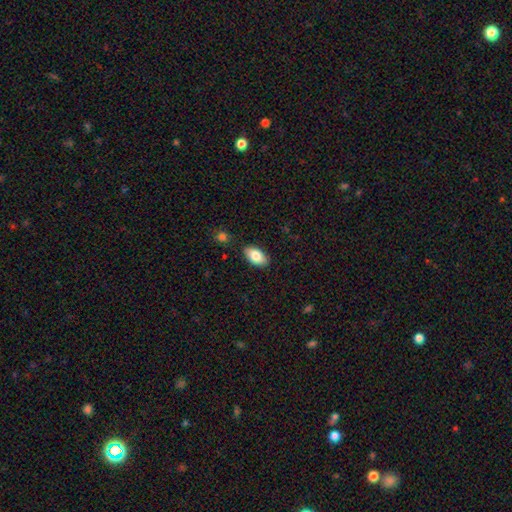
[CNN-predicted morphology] Smooth or featured: smooth — 82% (featured or disk — 11%)
How rounded: in between — 93% (round — 4%)
Merging: none — 85% (minor disturbance — 11%)